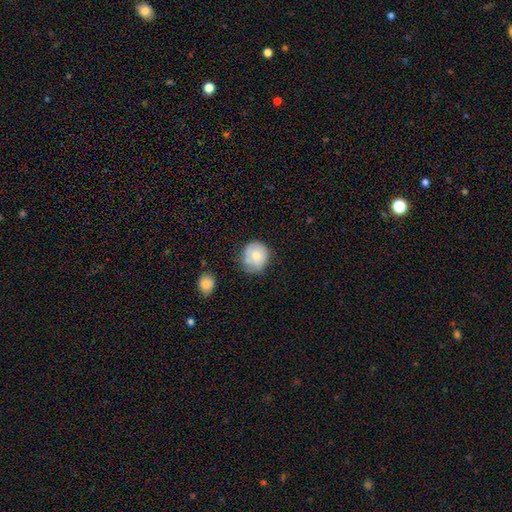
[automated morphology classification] smooth_or_featured: smooth (p=0.72) [alt: featured or disk p=0.20]
how_rounded: round (p=0.82) [alt: in between p=0.17]
merging: none (p=0.59) [alt: minor disturbance p=0.28]